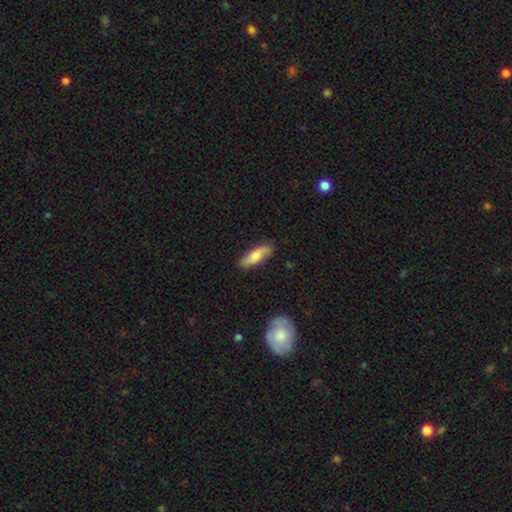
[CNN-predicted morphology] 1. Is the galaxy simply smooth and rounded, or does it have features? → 66% smooth, 28% featured or disk, 6% star or artifact.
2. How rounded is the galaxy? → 52% in between, 46% cigar-shaped, 2% round.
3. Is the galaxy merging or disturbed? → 84% none, 12% minor disturbance, 2% major disturbance, 1% merger.